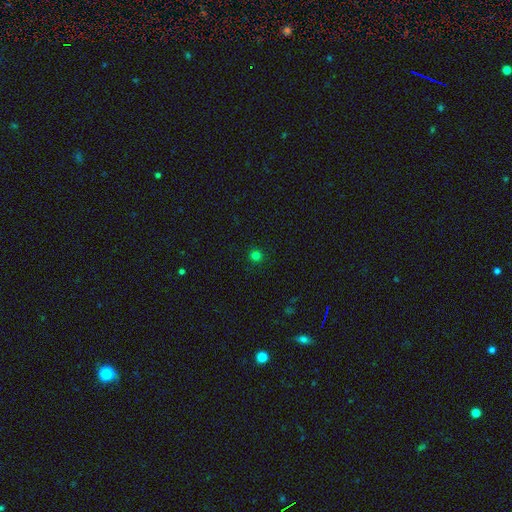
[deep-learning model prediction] A smooth galaxy with no disk features (78%) that is round (94%). Merging: none (92%).